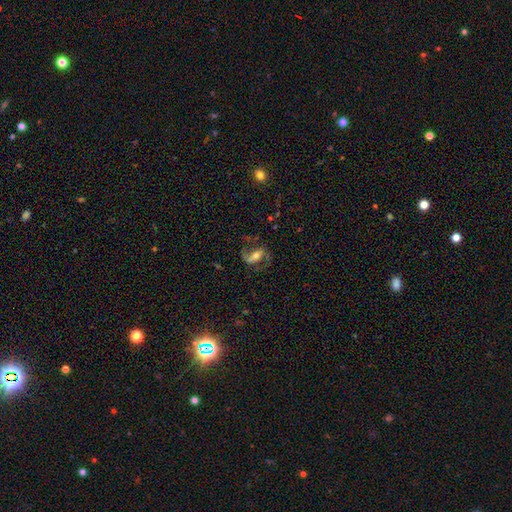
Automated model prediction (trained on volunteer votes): Smooth or featured? featured or disk (78%)
Edge-on disk? no (95%)
Bar? strong (43%)
Spiral arms? yes (93%)
Spiral winding? loose (52%)
Spiral arm count? 2 (89%)
Bulge size? moderate (61%)
Merging? none (70%)